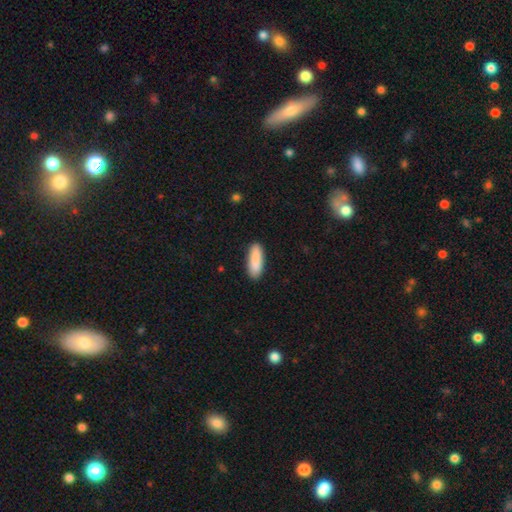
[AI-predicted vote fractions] smooth-or-featured: smooth: 89% | star or artifact: 6% | featured or disk: 5%
  how-rounded: in between: 55% | cigar-shaped: 43% | round: 2%
  merging: none: 88% | minor disturbance: 9% | major disturbance: 2% | merger: 1%